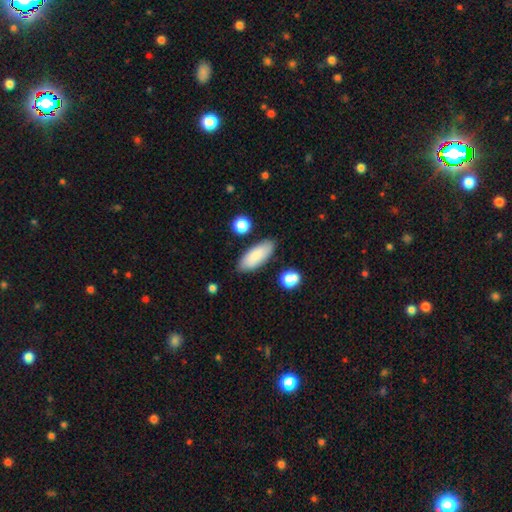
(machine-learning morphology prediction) This is clearly a smooth galaxy (85%). How rounded: likely in between (78%). Merging: clearly none (85%).